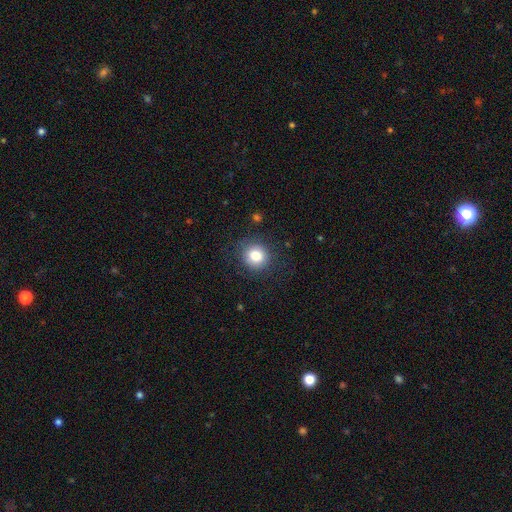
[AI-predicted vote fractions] Smooth or featured? smooth (82%)
How rounded? round (90%)
Merging? none (87%)